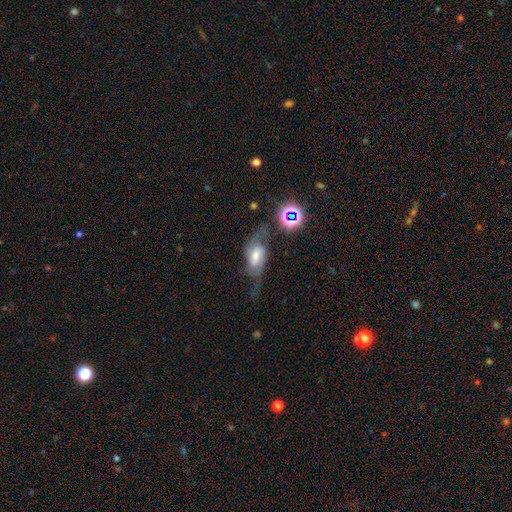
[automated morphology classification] smooth-or-featured: featured or disk: 71% | smooth: 17% | star or artifact: 12%
  disk-edge-on: no: 93% | yes: 7%
    bar: weak: 48% | no: 32% | strong: 21%
    has-spiral-arms: yes: 92% | no: 8%
      spiral-winding: loose: 47% | medium: 40% | tight: 12%
      spiral-arm-count: 2: 87% | can't tell: 6% | 1: 3% | 3: 2% | 4: 1% | more than 4: 1%
    bulge-size: moderate: 53% | small: 30% | large: 11% | none: 4% | dominant: 2%
  merging: none: 53% | major disturbance: 22% | minor disturbance: 20% | merger: 5%